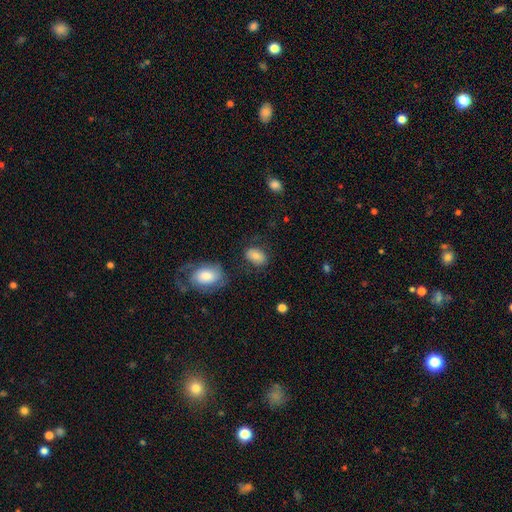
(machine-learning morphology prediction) A smooth galaxy with no disk features (79%) that is in between round and cigar-shaped (86%).

Vote fractions:
- Smooth or featured? smooth: 79% / featured or disk: 12% / star or artifact: 9%
- How rounded? in between: 86% / round: 13% / cigar-shaped: 1%
- Merging? none: 75% / minor disturbance: 15% / major disturbance: 5% / merger: 5%